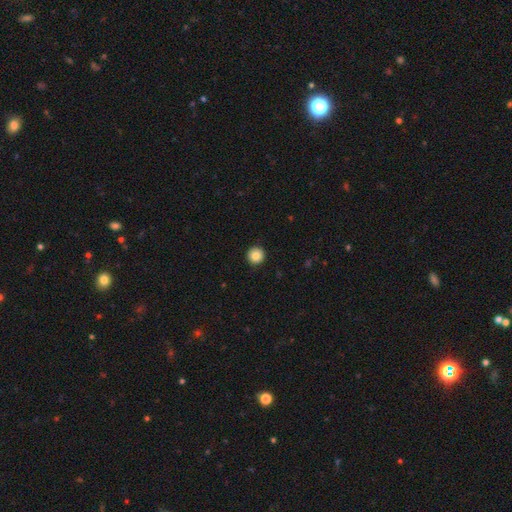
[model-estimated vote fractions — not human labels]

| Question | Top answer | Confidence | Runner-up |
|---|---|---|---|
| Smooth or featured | smooth | 84% | star or artifact (9%) |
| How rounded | round | 96% | in between (3%) |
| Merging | none | 93% | minor disturbance (4%) |